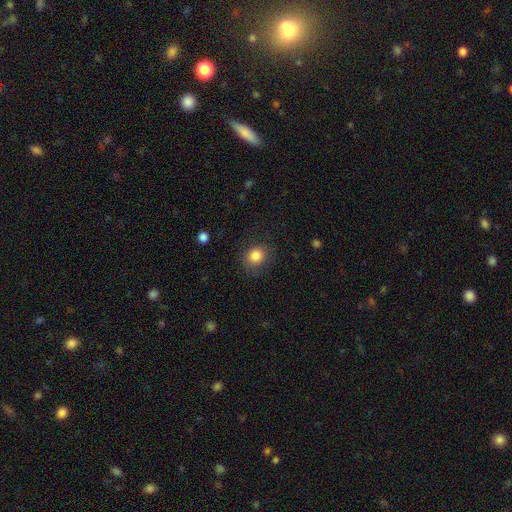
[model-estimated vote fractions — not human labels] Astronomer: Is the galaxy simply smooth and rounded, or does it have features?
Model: smooth — 84%.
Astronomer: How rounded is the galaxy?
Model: round — 78%.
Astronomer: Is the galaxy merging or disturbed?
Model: none — 81%.